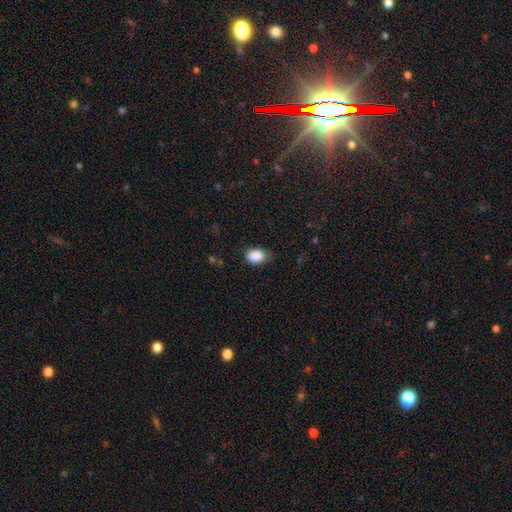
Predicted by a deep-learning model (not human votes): smooth_or_featured: smooth (p=0.88) [alt: star or artifact p=0.08]
how_rounded: in between (p=0.75) [alt: round p=0.24]
merging: none (p=0.66) [alt: minor disturbance p=0.26]